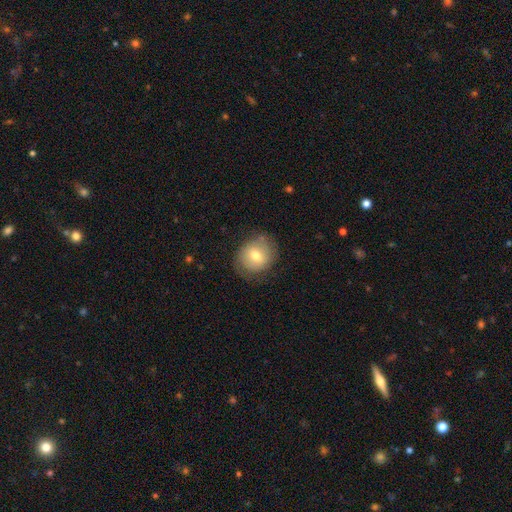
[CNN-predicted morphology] smooth_or_featured: smooth (p=0.66) [alt: featured or disk p=0.25]
how_rounded: round (p=0.75) [alt: in between p=0.24]
merging: none (p=0.71) [alt: minor disturbance p=0.20]